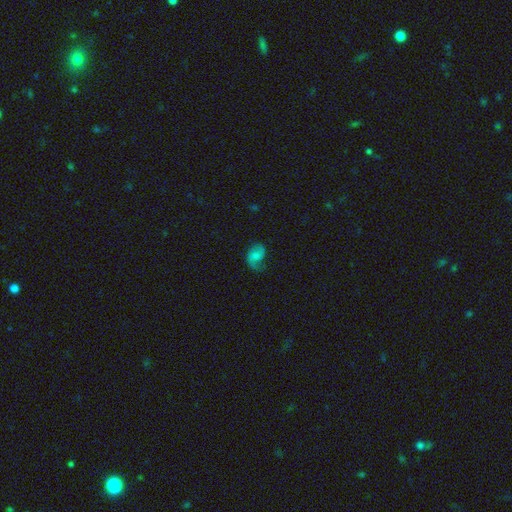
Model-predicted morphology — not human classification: This is possibly a featured or disk galaxy (52%). It is clearly not viewed edge-on (97%). Bar: likely no (64%). Spiral arm pattern: clearly yes (88%). Central bulge: marginally small (43%). Merging: possibly none (56%).